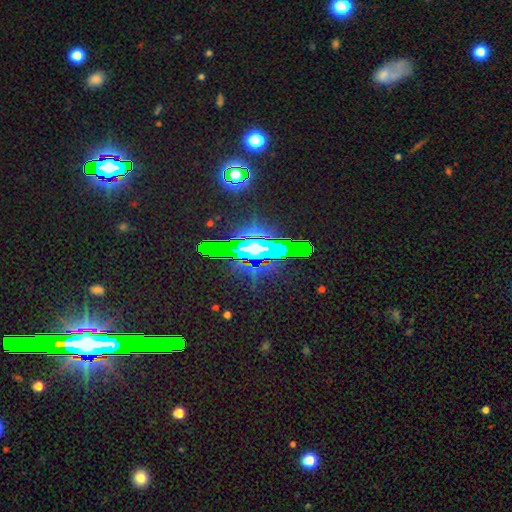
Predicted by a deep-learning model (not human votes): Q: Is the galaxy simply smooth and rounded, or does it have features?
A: star or artifact — 70%.